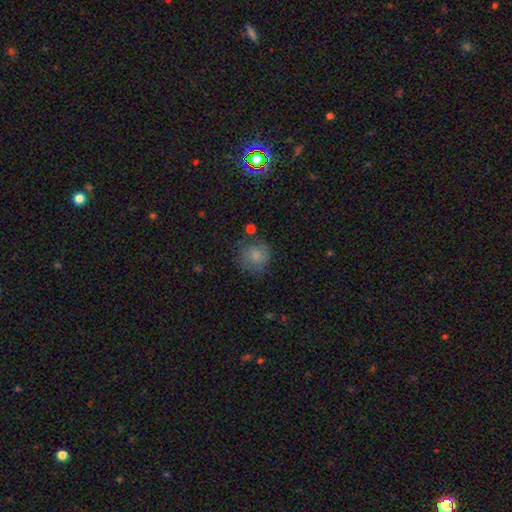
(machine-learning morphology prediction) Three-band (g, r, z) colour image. It shows a smooth galaxy with no disk features (79%) that is round (88%). Merging: none (71%).